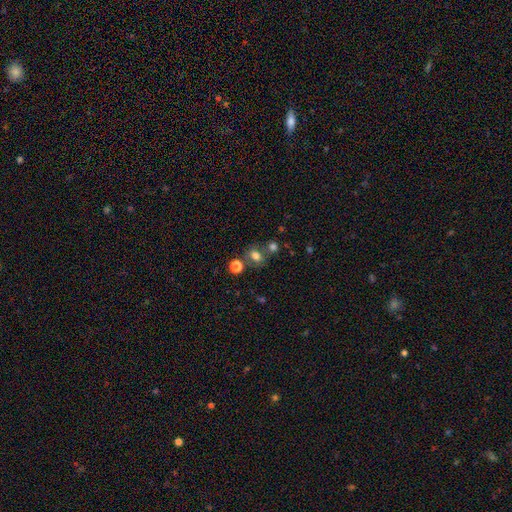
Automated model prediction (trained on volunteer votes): Q: Smooth or featured?
A: smooth (72%); runner-up: star or artifact (17%)
Q: How rounded?
A: round (54%); runner-up: in between (45%)
Q: Merging?
A: none (62%); runner-up: merger (19%)